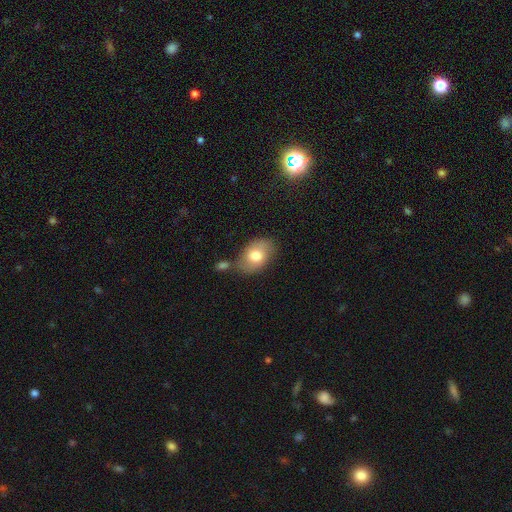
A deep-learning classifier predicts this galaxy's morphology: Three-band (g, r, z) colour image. It shows a smooth galaxy with no disk features (73%) that is in between round and cigar-shaped (84%). Merging: none (62%).